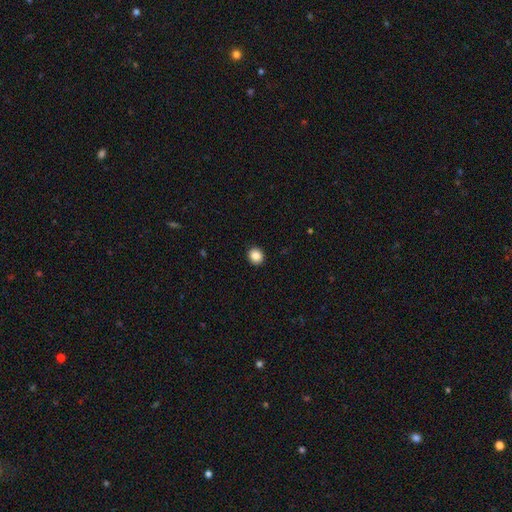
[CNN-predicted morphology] Smooth or featured?
  - smooth: 87% *
  - star or artifact: 10%
  - featured or disk: 4%
How rounded?
  - round: 84% *
  - in between: 15%
  - cigar-shaped: 1%
Merging?
  - none: 93% *
  - minor disturbance: 5%
  - major disturbance: 2%
  - merger: 1%